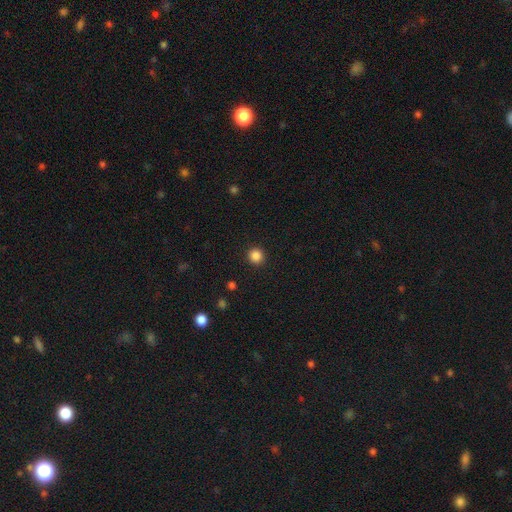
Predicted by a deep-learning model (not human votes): Smooth or featured: smooth — 86% (star or artifact — 11%)
How rounded: round — 94% (in between — 6%)
Merging: none — 93% (minor disturbance — 5%)